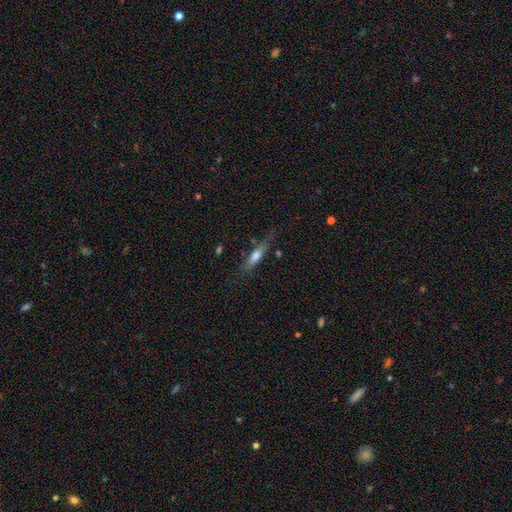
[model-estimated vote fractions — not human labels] Smooth or featured? Predicted: smooth (p=0.57). How rounded? Predicted: cigar-shaped (p=0.73). Merging? Predicted: none (p=0.68).